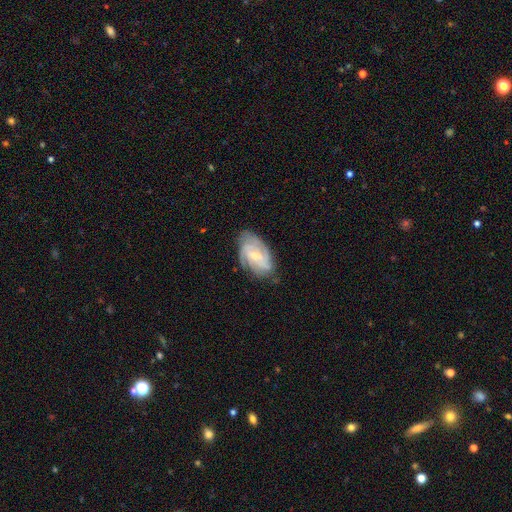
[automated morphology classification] This appears to be a featured or disk galaxy (78%) with a weak bar (52%), 2 (29%, tied with 3) tight (51%) spiral arms (94%) and a small central bulge (51%). Merging: none (69%).